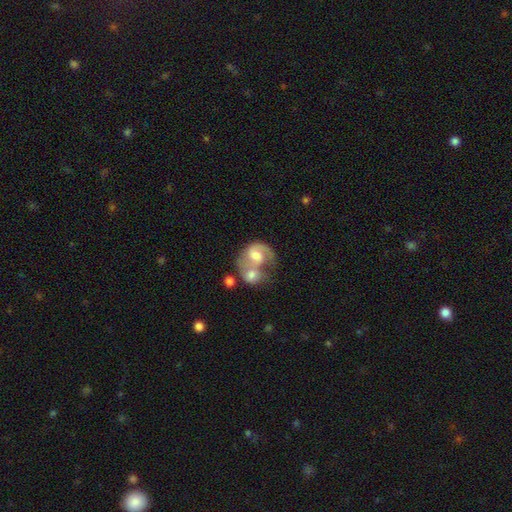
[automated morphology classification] type=featured or disk (56%); edge-on=no (97%); bar=no (55%); spiral arms=yes (69%); bulge=moderate (55%); merging=merger (67%).